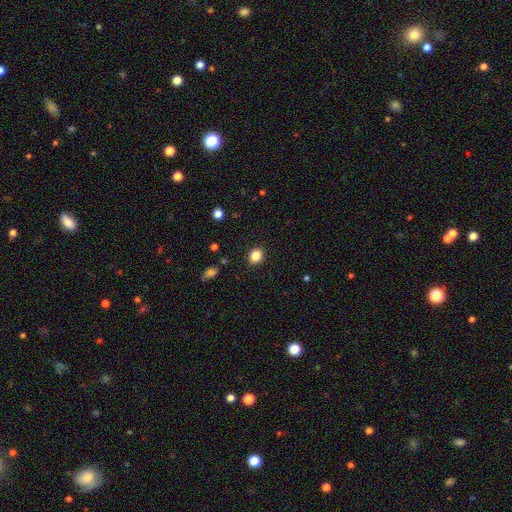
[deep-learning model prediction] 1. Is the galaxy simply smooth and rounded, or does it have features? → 85% smooth, 10% star or artifact, 4% featured or disk.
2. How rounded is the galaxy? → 66% round, 33% in between, 1% cigar-shaped.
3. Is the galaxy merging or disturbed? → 90% none, 6% minor disturbance, 2% major disturbance, 1% merger.